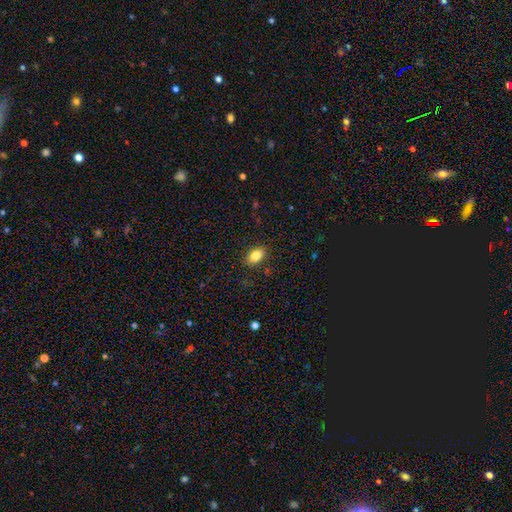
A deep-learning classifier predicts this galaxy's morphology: smooth-or-featured: smooth: 82% | featured or disk: 9% | star or artifact: 9%
  how-rounded: in between: 87% | round: 10% | cigar-shaped: 3%
  merging: none: 87% | minor disturbance: 10% | major disturbance: 2% | merger: 1%